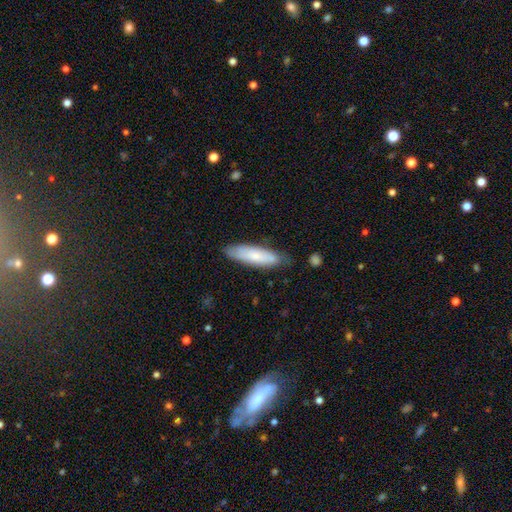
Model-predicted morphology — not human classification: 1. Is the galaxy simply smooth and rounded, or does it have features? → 69% smooth, 24% featured or disk, 6% star or artifact.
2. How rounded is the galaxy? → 61% cigar-shaped, 38% in between, 1% round.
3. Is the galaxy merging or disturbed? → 76% none, 19% minor disturbance, 3% major disturbance, 2% merger.